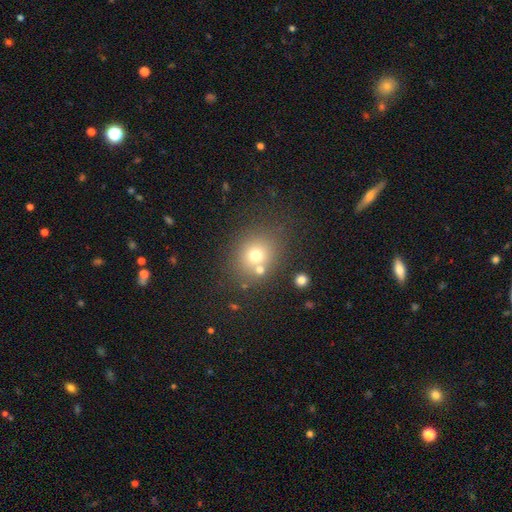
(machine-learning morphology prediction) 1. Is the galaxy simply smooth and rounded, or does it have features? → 69% smooth, 17% star or artifact, 14% featured or disk.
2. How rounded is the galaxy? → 76% round, 23% in between, 1% cigar-shaped.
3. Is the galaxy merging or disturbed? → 67% none, 18% merger, 11% minor disturbance, 5% major disturbance.